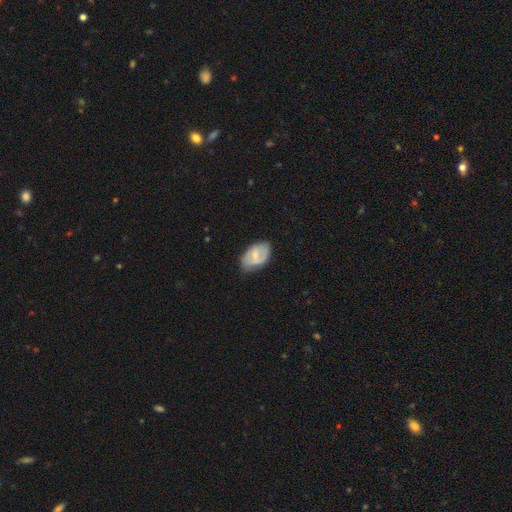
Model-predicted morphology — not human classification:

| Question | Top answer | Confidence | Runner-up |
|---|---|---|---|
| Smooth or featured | smooth | 47% | featured or disk (46%) |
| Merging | none | 64% | minor disturbance (28%) |